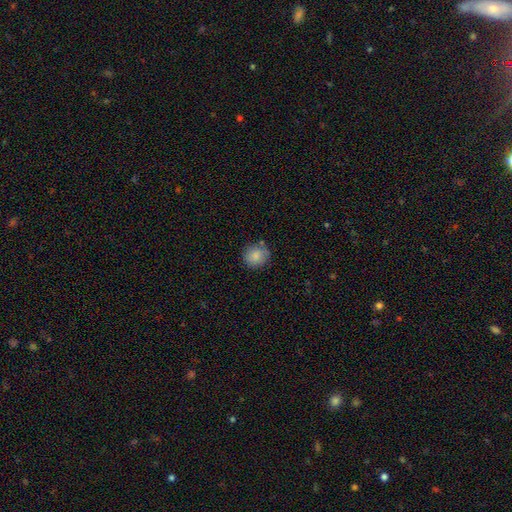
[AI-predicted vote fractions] Smooth or featured?
  - smooth: 85% *
  - star or artifact: 8%
  - featured or disk: 7%
How rounded?
  - round: 88% *
  - in between: 11%
  - cigar-shaped: 1%
Merging?
  - none: 80% *
  - minor disturbance: 13%
  - merger: 4%
  - major disturbance: 3%